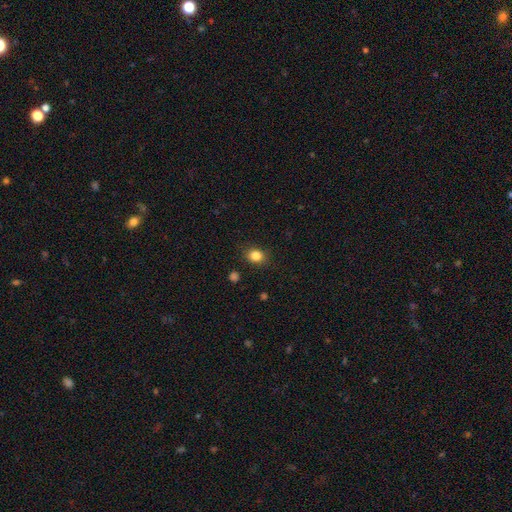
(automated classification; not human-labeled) Morphology: type=smooth (84%); roundness=round (59%); merging=none (86%).